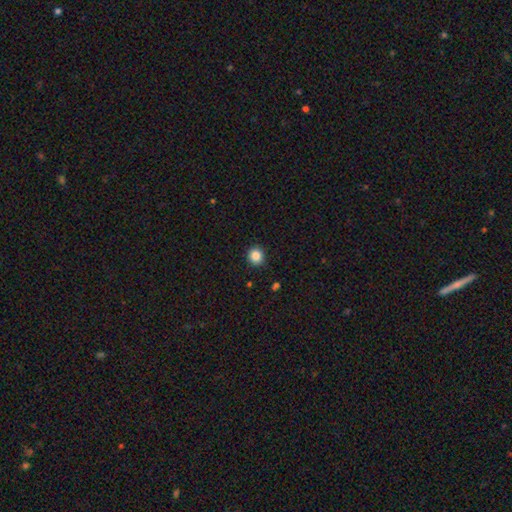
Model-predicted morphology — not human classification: This is clearly a smooth galaxy (86%). How rounded: clearly round (88%). Merging: clearly none (92%).